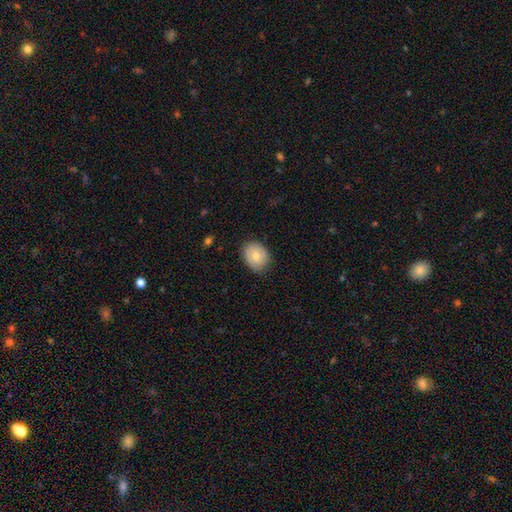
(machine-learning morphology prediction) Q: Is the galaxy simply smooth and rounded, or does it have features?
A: smooth — 74%.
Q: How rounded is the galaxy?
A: in between — 51%.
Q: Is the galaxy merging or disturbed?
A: none — 81%.